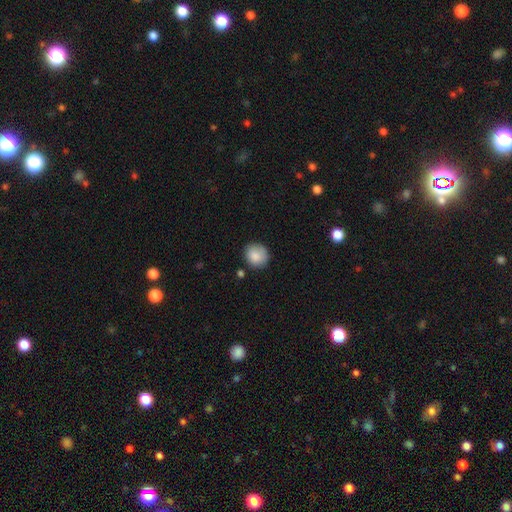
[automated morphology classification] smooth-or-featured: smooth: 87% | star or artifact: 8% | featured or disk: 6%
  how-rounded: round: 85% | in between: 14% | cigar-shaped: 1%
  merging: none: 81% | minor disturbance: 13% | merger: 3% | major disturbance: 3%